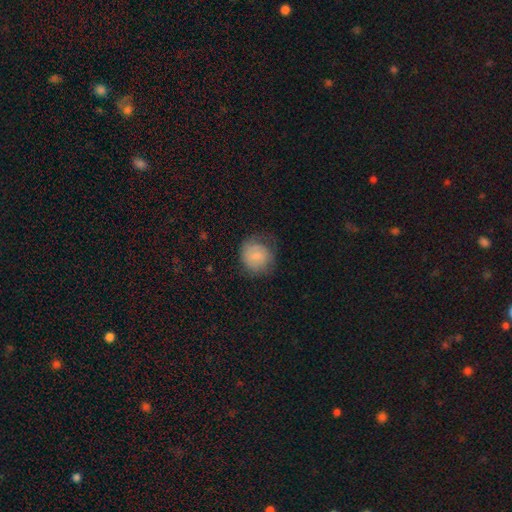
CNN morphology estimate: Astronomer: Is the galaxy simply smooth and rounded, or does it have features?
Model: smooth — 69%.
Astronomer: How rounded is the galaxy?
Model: round — 83%.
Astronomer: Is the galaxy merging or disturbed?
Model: none — 58%.